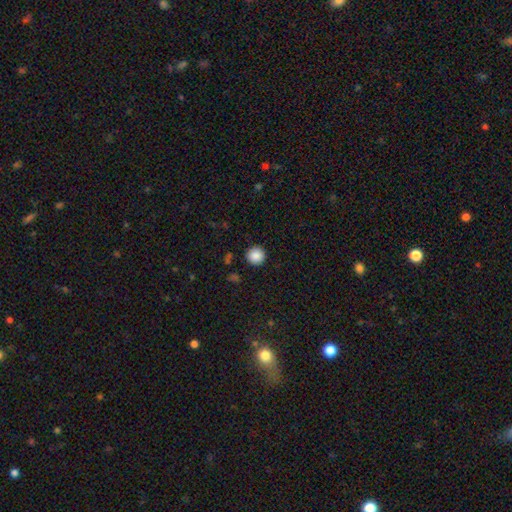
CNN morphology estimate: A smooth galaxy with no disk features (87%) that is round (96%).

Vote fractions:
- Smooth or featured? smooth: 87% / star or artifact: 9% / featured or disk: 4%
- How rounded? round: 96% / in between: 3% / cigar-shaped: 1%
- Merging? none: 92% / minor disturbance: 5% / major disturbance: 2% / merger: 1%